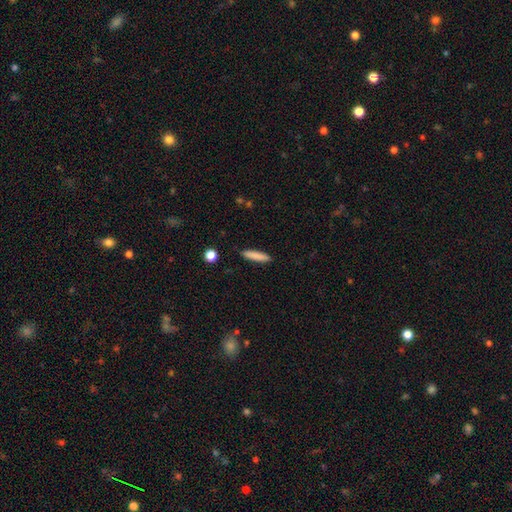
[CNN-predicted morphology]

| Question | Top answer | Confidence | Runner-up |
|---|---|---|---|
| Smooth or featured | smooth | 85% | featured or disk (9%) |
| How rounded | cigar-shaped | 86% | in between (13%) |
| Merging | none | 89% | minor disturbance (8%) |